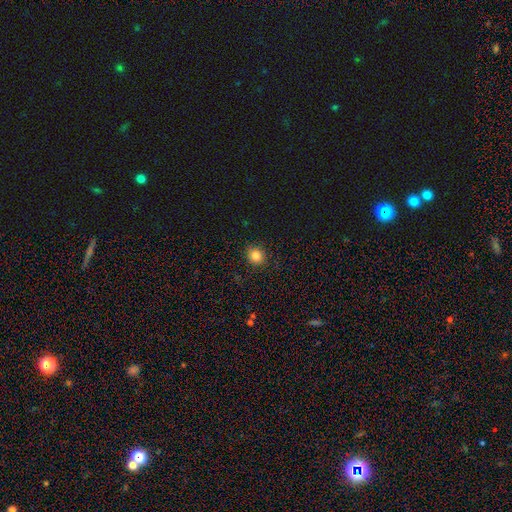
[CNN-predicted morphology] Smooth or featured? smooth (83%)
How rounded? round (83%)
Merging? none (88%)